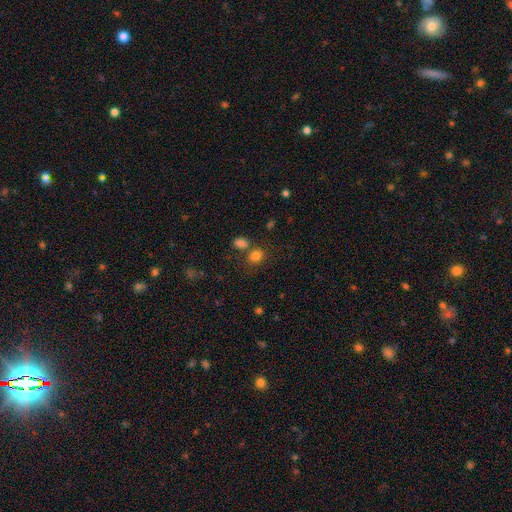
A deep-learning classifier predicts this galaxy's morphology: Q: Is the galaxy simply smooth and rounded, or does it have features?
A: smooth — 81%.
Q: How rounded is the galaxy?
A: round — 59%.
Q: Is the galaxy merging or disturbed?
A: none — 63%.